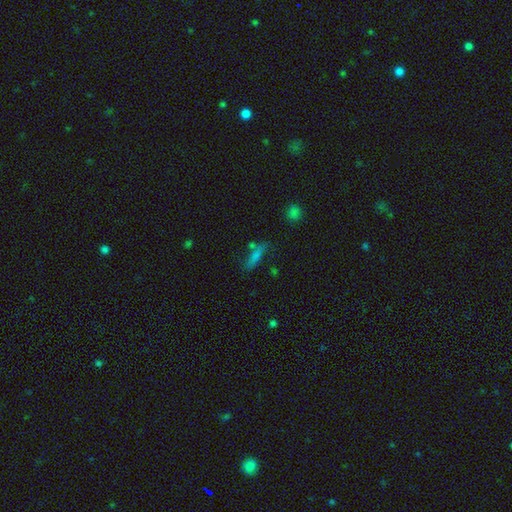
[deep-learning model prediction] Morphology: type=smooth (68%); roundness=cigar-shaped (70%); merging=none (64%).